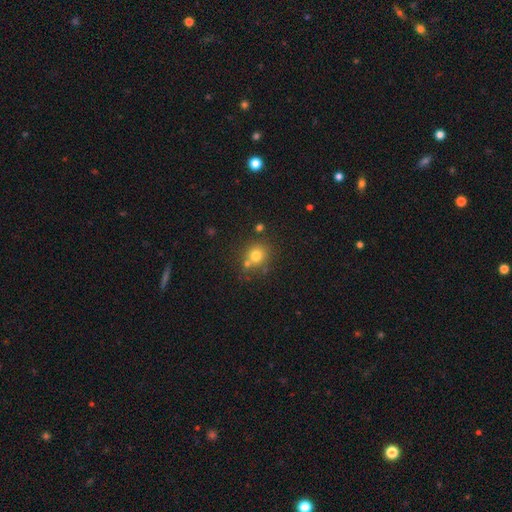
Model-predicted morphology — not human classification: The model was most divided on "merging": none: 68%, merger: 16%, minor disturbance: 12%, major disturbance: 4%. More confident: how rounded — round (84%); smooth or featured — smooth (75%).